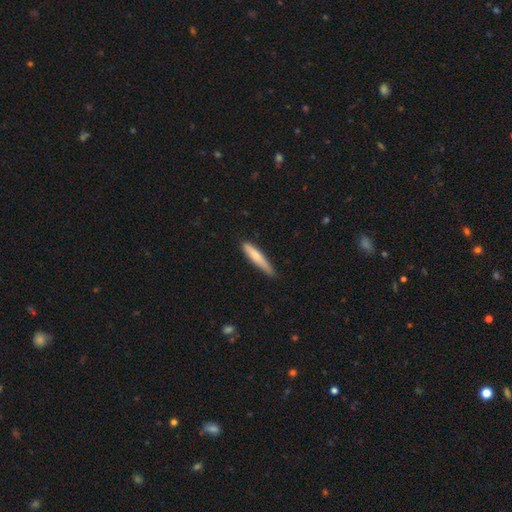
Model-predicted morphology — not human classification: Smooth or featured?
  - smooth: 73% *
  - featured or disk: 21%
  - star or artifact: 5%
How rounded?
  - cigar-shaped: 90% *
  - in between: 9%
  - round: 1%
Merging?
  - none: 67% *
  - minor disturbance: 28%
  - major disturbance: 3%
  - merger: 2%